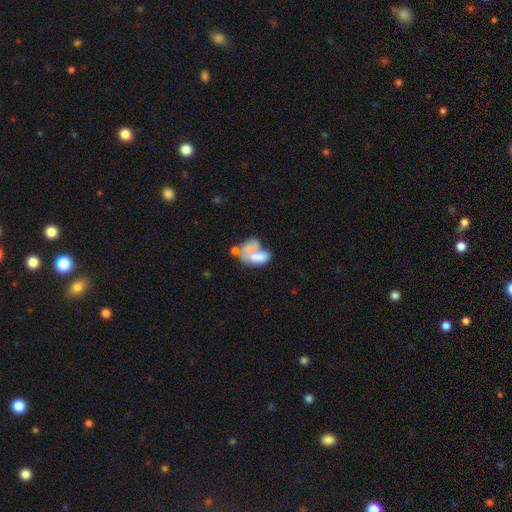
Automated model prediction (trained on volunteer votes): This is possibly a smooth galaxy (59%). How rounded: clearly in between (85%). Merging: marginally merger (43%).